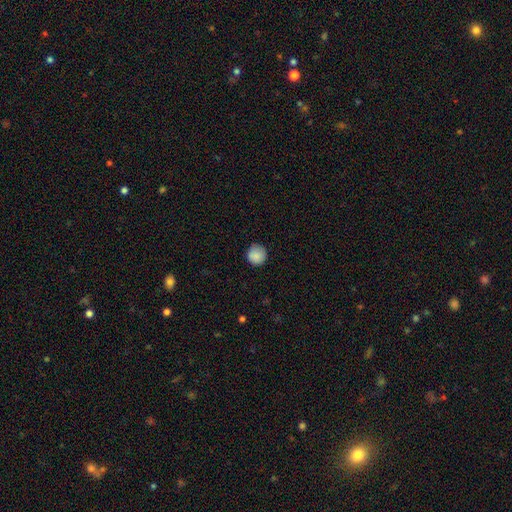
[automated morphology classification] A smooth galaxy with no disk features (87%) that is round (94%). Merging: none (84%).